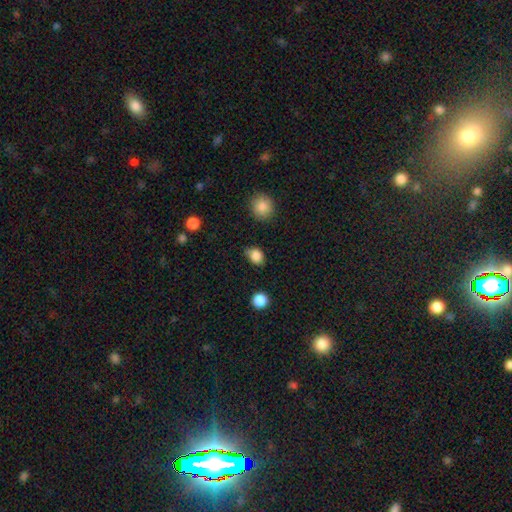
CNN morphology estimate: Overall: smooth (85%). How rounded: in between (56%; round 43%). Merging: none (66%).